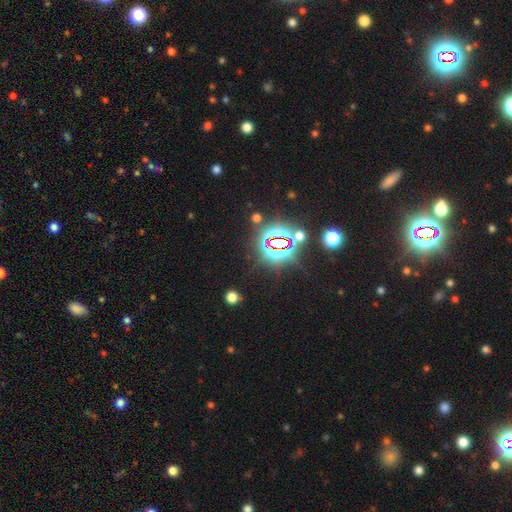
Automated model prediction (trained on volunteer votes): Q: Smooth or featured?
A: star or artifact (82%); runner-up: smooth (12%)